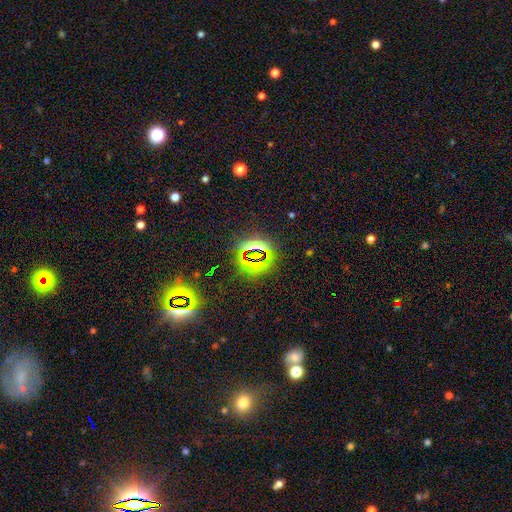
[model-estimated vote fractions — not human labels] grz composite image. It shows a star or artifact, not a galaxy (75%).